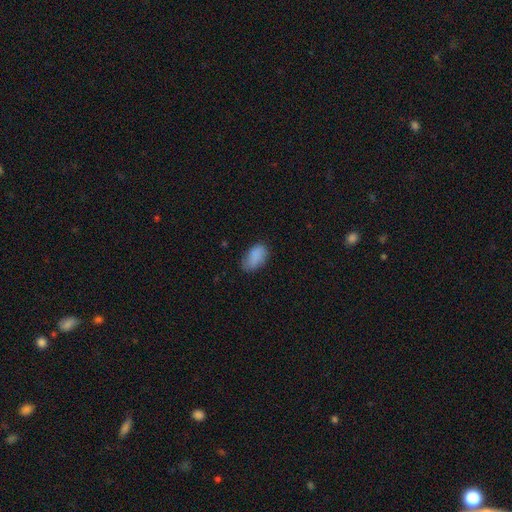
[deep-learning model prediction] A smooth galaxy with no disk features (85%) that is in between round and cigar-shaped (93%).

Vote fractions:
- Smooth or featured? smooth: 85% / star or artifact: 8% / featured or disk: 7%
- How rounded? in between: 93% / round: 5% / cigar-shaped: 2%
- Merging? none: 71% / minor disturbance: 22% / major disturbance: 5% / merger: 1%